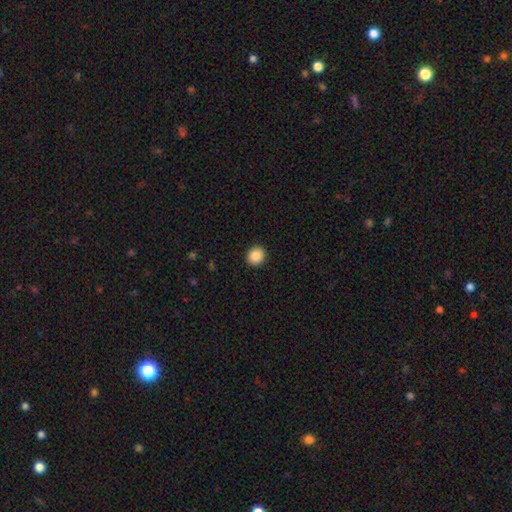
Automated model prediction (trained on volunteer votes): The model was most divided on "how rounded": round: 81%, in between: 18%, cigar-shaped: 1%. More confident: merging — none (92%); smooth or featured — smooth (88%).